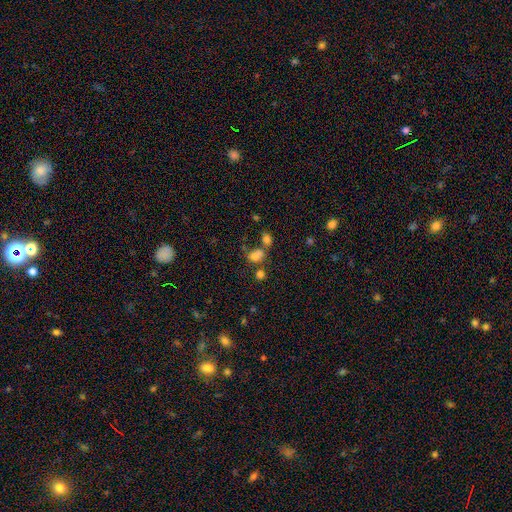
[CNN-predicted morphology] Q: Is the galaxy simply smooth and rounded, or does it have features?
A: smooth — 71%.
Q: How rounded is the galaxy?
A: in between — 62%.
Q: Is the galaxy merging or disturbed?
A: merger — 45%.